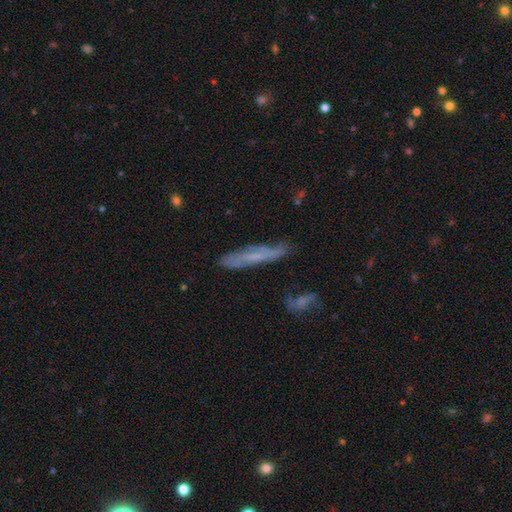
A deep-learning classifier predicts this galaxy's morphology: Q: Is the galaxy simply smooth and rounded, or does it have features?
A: featured or disk — 49%.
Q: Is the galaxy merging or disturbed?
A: none — 79%.